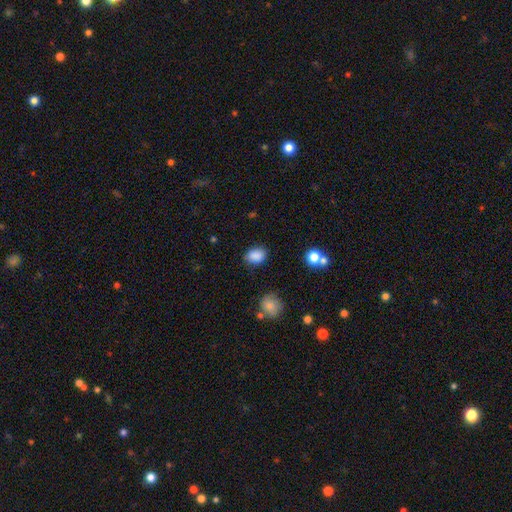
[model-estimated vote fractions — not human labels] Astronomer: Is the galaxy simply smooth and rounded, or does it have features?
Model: smooth — 87%.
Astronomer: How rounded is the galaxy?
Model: in between — 71%.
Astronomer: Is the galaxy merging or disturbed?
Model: none — 82%.